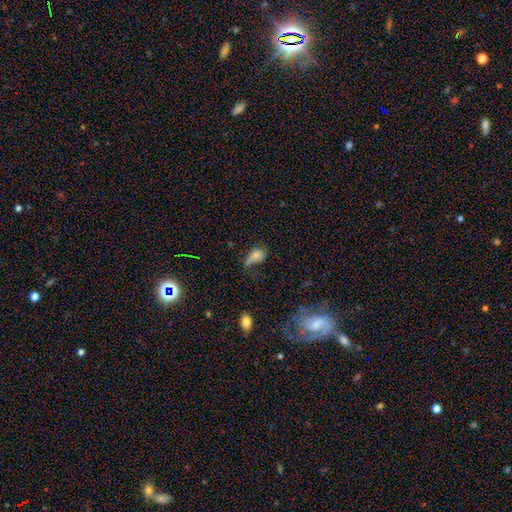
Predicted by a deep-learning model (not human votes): A smooth galaxy with no disk features (67%) that is in between round and cigar-shaped (83%).

Vote fractions:
- Smooth or featured? smooth: 67% / featured or disk: 22% / star or artifact: 11%
- How rounded? in between: 83% / round: 14% / cigar-shaped: 3%
- Merging? minor disturbance: 34% / major disturbance: 31% / none: 29% / merger: 6%